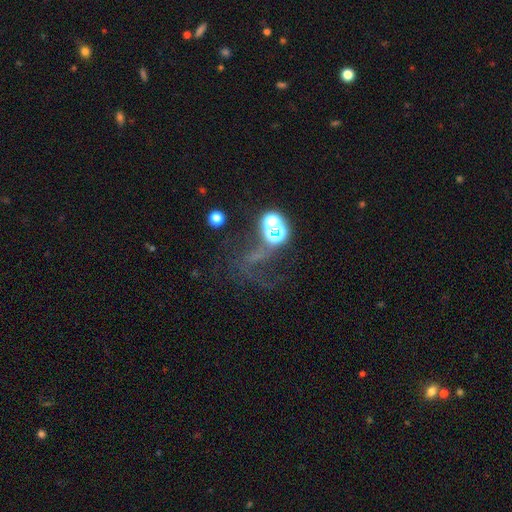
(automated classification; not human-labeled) This is possibly a star or artifact rather than a galaxy (46%).